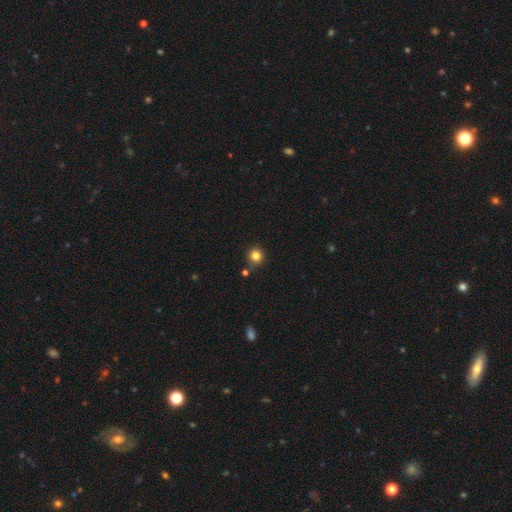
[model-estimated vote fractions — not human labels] Q: Smooth or featured?
A: smooth (82%); runner-up: star or artifact (13%)
Q: How rounded?
A: round (92%); runner-up: in between (7%)
Q: Merging?
A: none (81%); runner-up: minor disturbance (10%)